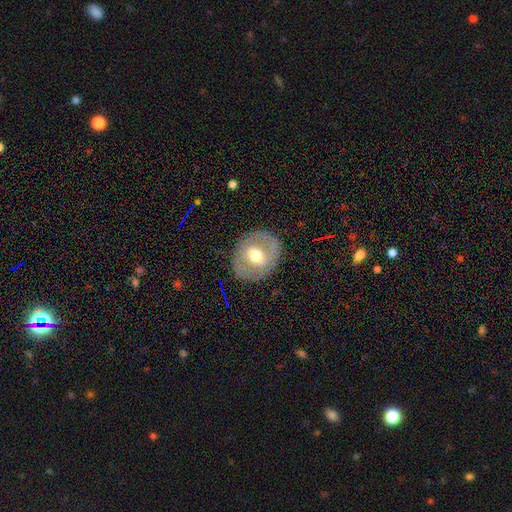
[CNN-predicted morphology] Overall: featured or disk (56%; smooth 37%). Edge-on disk: no (94%). Bar: weak (42%; no 36%). Spiral arms: no (56%; yes 44%). Bulge size: moderate (72%). Merging: none (83%).